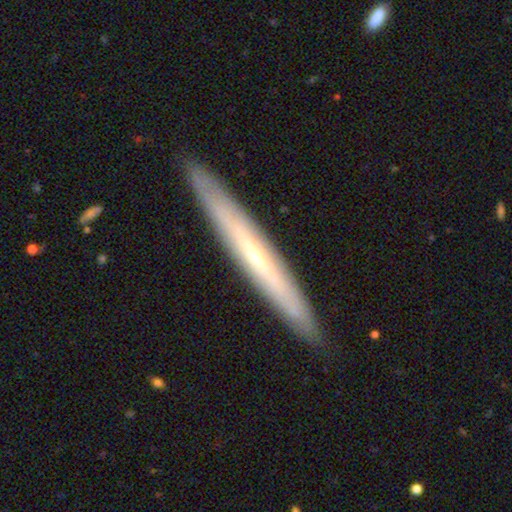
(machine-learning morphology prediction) A featured or disk galaxy (67%) viewed edge-on (91%) with no central bulge (56%).

Vote fractions:
- Smooth or featured? featured or disk: 67% / smooth: 27% / star or artifact: 6%
- Edge-on disk? yes: 91% / no: 9%
- Edge-on bulge? none: 56% / rounded: 41% / boxy: 4%
- Merging? none: 91% / minor disturbance: 7% / major disturbance: 1% / merger: 1%